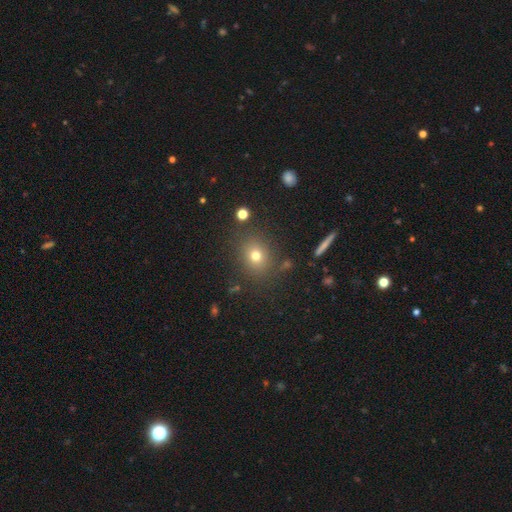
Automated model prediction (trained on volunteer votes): smooth-or-featured: smooth: 73% | star or artifact: 17% | featured or disk: 10%
  how-rounded: round: 70% | in between: 29% | cigar-shaped: 1%
  merging: none: 84% | minor disturbance: 10% | major disturbance: 4% | merger: 3%